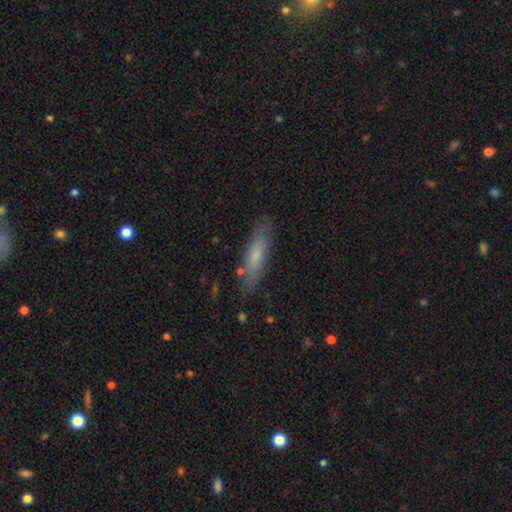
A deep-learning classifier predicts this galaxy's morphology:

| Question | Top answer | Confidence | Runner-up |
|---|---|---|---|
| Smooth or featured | smooth | 67% | featured or disk (26%) |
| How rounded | cigar-shaped | 70% | in between (29%) |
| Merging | none | 81% | minor disturbance (13%) |